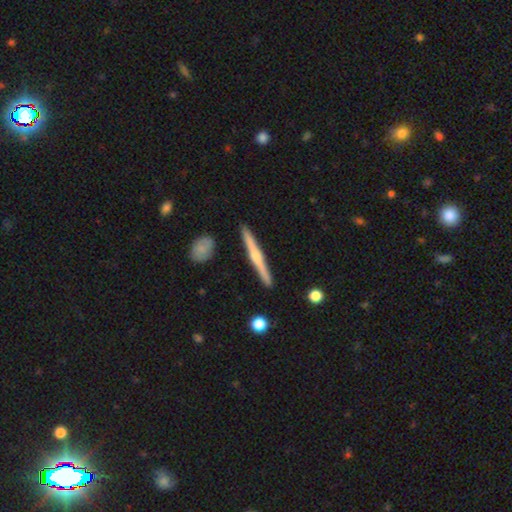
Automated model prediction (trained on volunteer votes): featured or disk 69%, smooth 25%, star or artifact 5%. Down the decision tree: edge-on disk — yes (98%); edge-on bulge — rounded (82%); merging — none (91%).